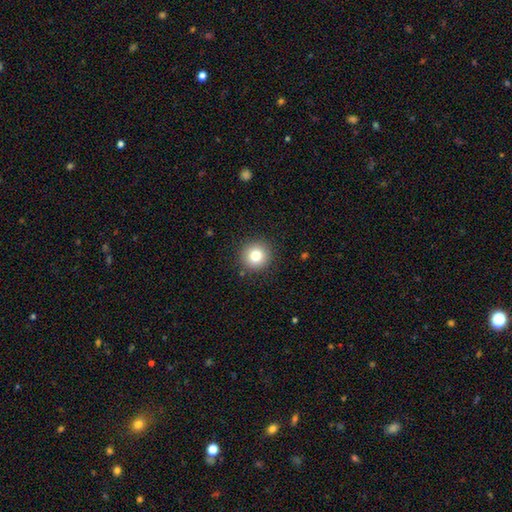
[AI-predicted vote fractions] smooth-or-featured: smooth: 78% | star or artifact: 12% | featured or disk: 10%
  how-rounded: round: 95% | in between: 4% | cigar-shaped: 1%
  merging: none: 90% | minor disturbance: 6% | major disturbance: 2% | merger: 1%